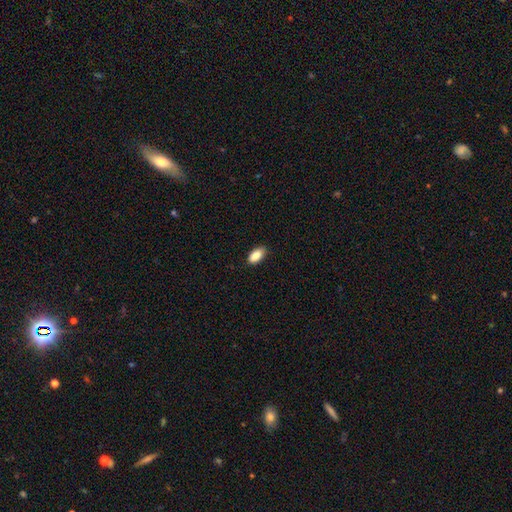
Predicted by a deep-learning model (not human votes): The model was most divided on "merging": none: 84%, minor disturbance: 13%, major disturbance: 2%, merger: 1%. More confident: how rounded — in between (92%); smooth or featured — smooth (88%).